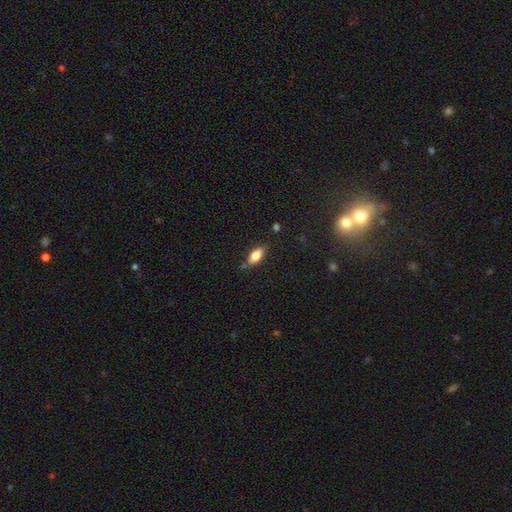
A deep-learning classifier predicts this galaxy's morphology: This appears to be a smooth galaxy with no disk features (77%) that is in between round and cigar-shaped (86%). Merging: none (77%).